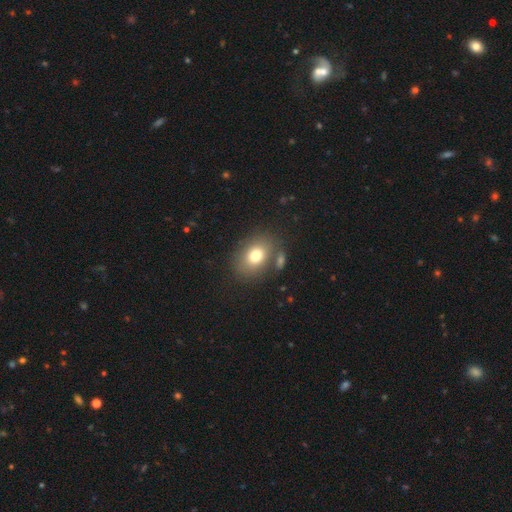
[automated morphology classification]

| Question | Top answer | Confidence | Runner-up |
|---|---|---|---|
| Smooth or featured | smooth | 76% | featured or disk (14%) |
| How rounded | in between | 67% | round (32%) |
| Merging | none | 71% | minor disturbance (12%) |